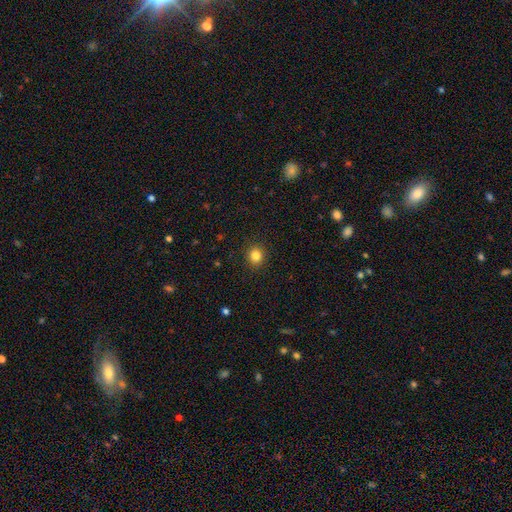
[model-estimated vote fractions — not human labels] Smooth or featured: smooth — 84% (star or artifact — 12%)
How rounded: round — 86% (in between — 13%)
Merging: none — 91% (minor disturbance — 6%)